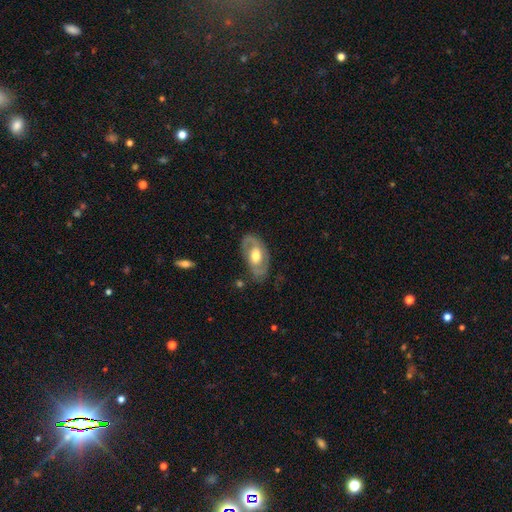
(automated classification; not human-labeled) This appears to be a featured or disk galaxy (68%) with no bar (52%), spiral arms (65%) and a moderate central bulge (68%). Merging: none (71%).